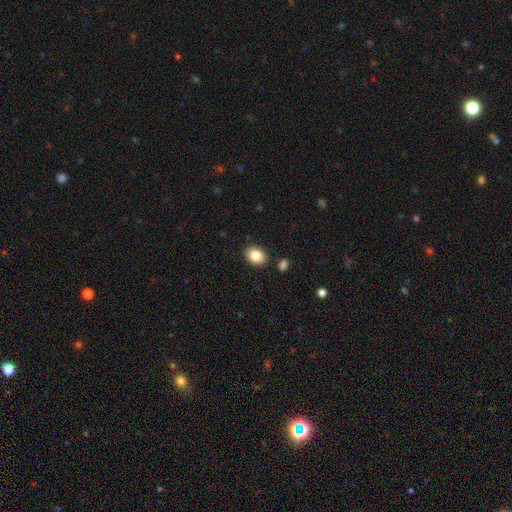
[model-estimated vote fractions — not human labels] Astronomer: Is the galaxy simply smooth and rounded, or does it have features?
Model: smooth — 84%.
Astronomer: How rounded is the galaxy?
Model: in between — 64%.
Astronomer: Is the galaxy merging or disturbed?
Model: none — 87%.